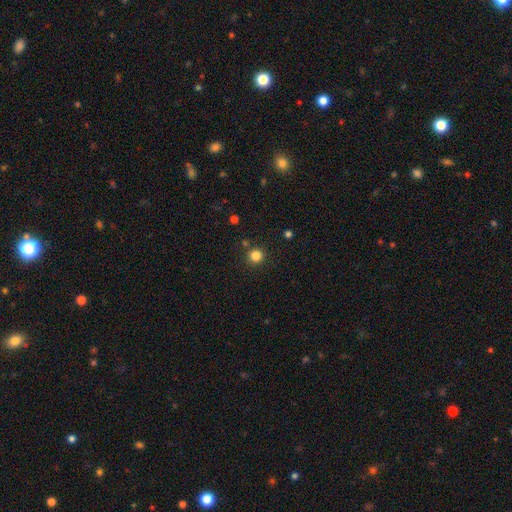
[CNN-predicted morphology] Smooth or featured: smooth — 83% (star or artifact — 13%)
How rounded: round — 94% (in between — 5%)
Merging: none — 87% (minor disturbance — 7%)